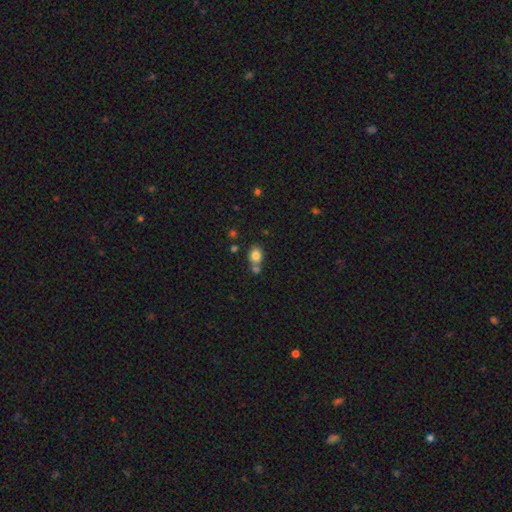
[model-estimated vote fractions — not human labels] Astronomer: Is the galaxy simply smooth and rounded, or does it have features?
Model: smooth — 81%.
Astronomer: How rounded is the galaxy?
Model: in between — 57% (runner-up: round, 42%).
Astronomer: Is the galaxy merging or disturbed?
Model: none — 52% (runner-up: merger, 32%).